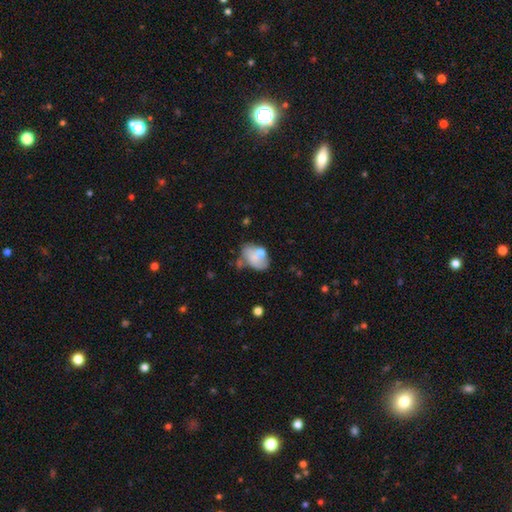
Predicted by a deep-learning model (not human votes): This appears to be a smooth galaxy with no disk features (64%) that is in between round and cigar-shaped (84%). Merging: none (34%).